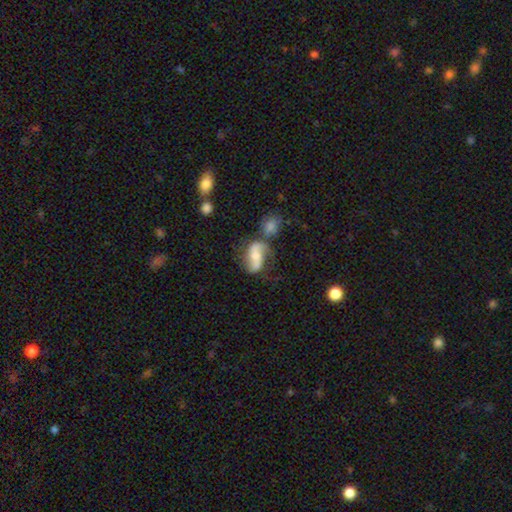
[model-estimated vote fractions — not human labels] This is possibly a featured or disk galaxy (59%). It is clearly not viewed edge-on (94%). Bar: marginally no (44%). Spiral arm pattern: clearly yes (84%). Central bulge: marginally moderate (44%). Merging: marginally none (41%).